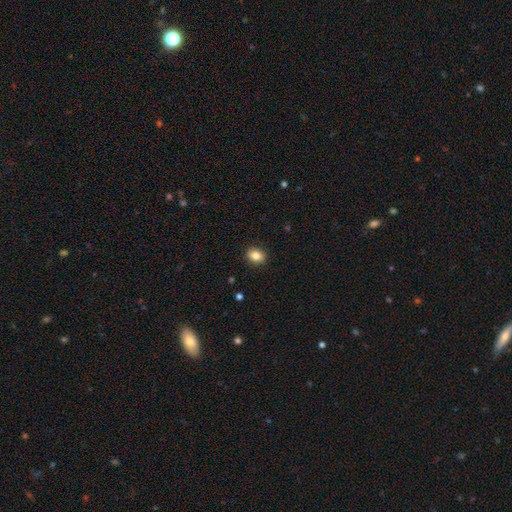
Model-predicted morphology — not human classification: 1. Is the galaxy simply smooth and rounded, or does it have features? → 85% smooth, 9% star or artifact, 6% featured or disk.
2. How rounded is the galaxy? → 55% in between, 44% round, 1% cigar-shaped.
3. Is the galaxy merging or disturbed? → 90% none, 7% minor disturbance, 2% major disturbance, 1% merger.